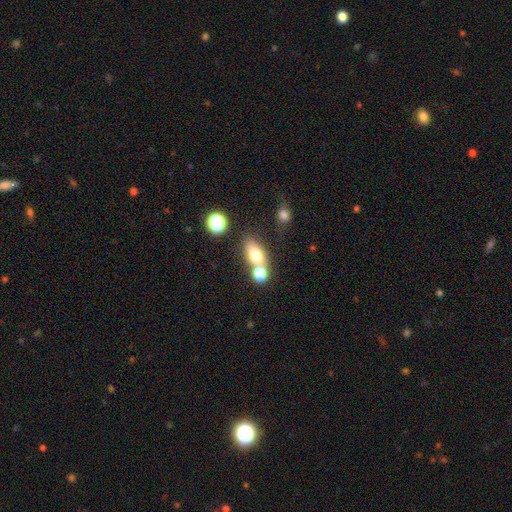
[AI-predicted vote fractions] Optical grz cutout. It shows a smooth galaxy with no disk features (71%) that is in between round and cigar-shaped (72%). Merging: none (47%).